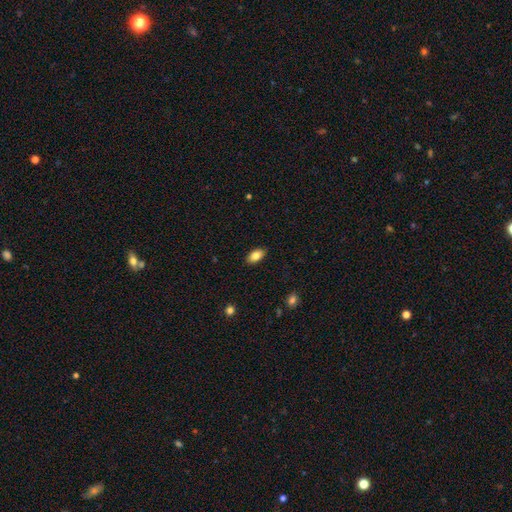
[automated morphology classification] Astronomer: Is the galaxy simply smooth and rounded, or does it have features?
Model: smooth — 84%.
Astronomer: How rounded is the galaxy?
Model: in between — 92%.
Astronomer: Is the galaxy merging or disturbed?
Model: none — 88%.